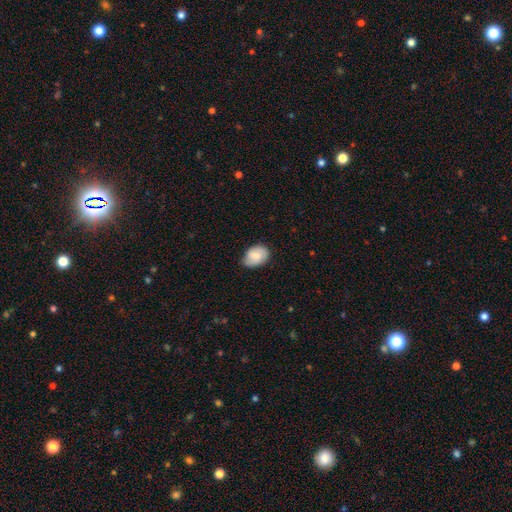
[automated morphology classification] smooth 74%, featured or disk 19%, star or artifact 7%. Down the decision tree: how rounded — in between (78%); merging — none (73%).